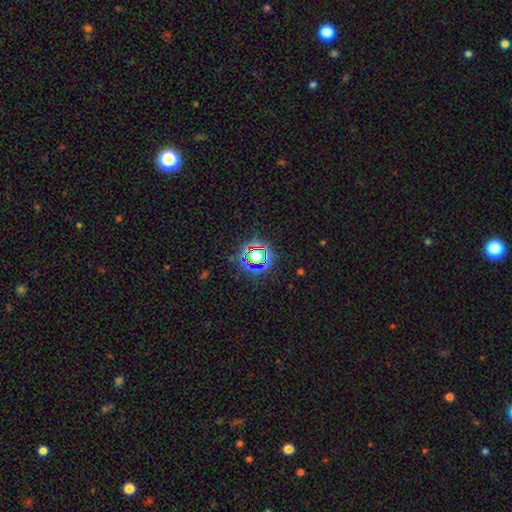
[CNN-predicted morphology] smooth_or_featured: star or artifact (p=0.66) [alt: smooth p=0.23]